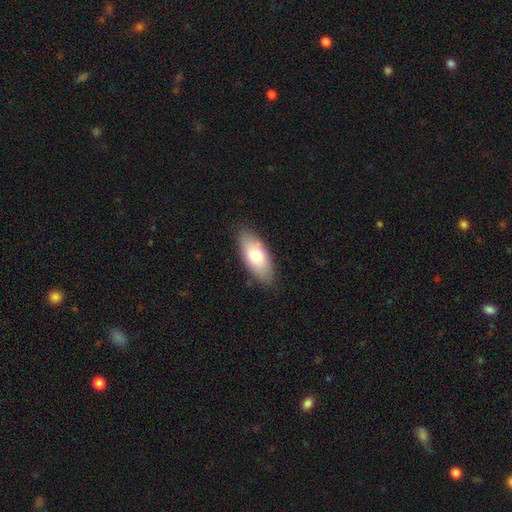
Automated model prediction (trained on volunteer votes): Smooth or featured?
  - smooth: 74% *
  - featured or disk: 20%
  - star or artifact: 6%
How rounded?
  - in between: 86% *
  - cigar-shaped: 11%
  - round: 3%
Merging?
  - none: 83% *
  - minor disturbance: 13%
  - major disturbance: 3%
  - merger: 1%